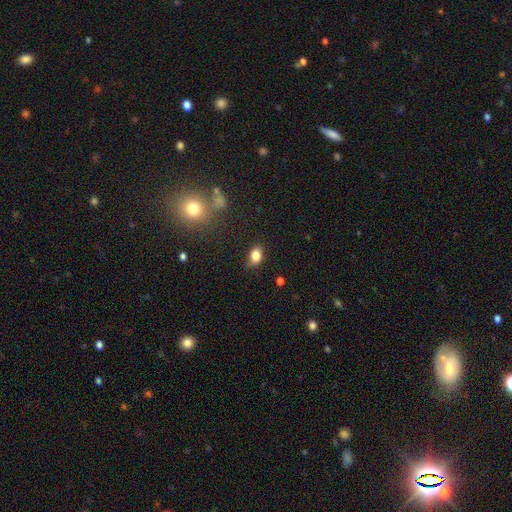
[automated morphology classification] smooth-or-featured: smooth: 82% | star or artifact: 10% | featured or disk: 8%
  how-rounded: in between: 76% | round: 22% | cigar-shaped: 2%
  merging: none: 69% | minor disturbance: 23% | major disturbance: 5% | merger: 3%